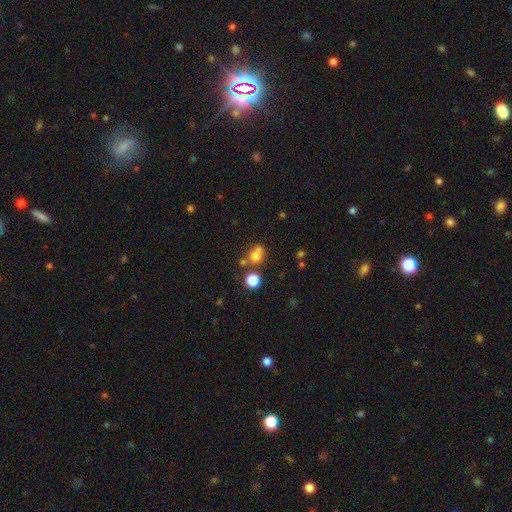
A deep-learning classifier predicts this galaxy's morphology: Smooth or featured: smooth — 69% (star or artifact — 17%)
How rounded: round — 77% (in between — 22%)
Merging: none — 47% (merger — 38%)